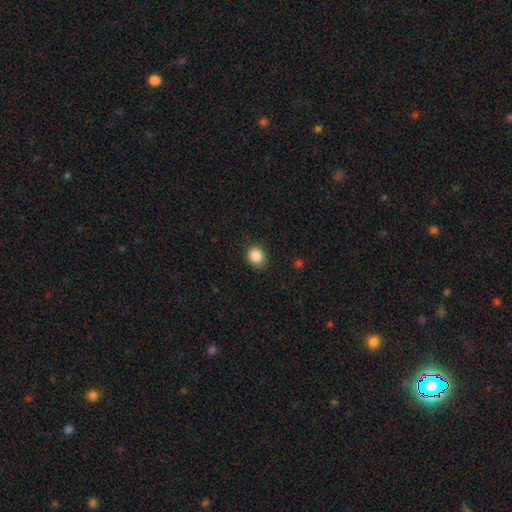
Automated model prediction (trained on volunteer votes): smooth 86%, star or artifact 10%, featured or disk 4%. Down the decision tree: how rounded — round (77%); merging — none (82%).